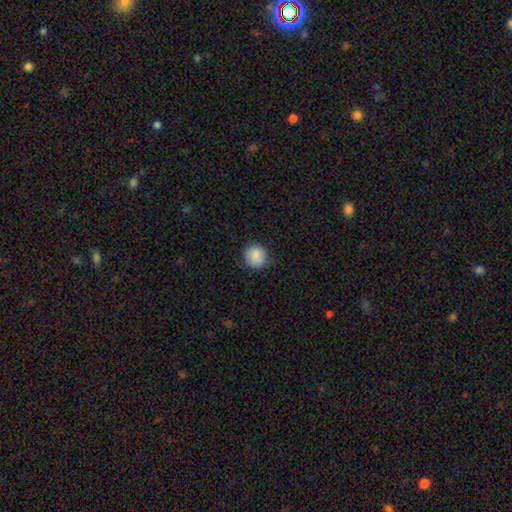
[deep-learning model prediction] Smooth or featured? Predicted: smooth (p=0.88). How rounded? Predicted: round (p=0.91). Merging? Predicted: none (p=0.84).